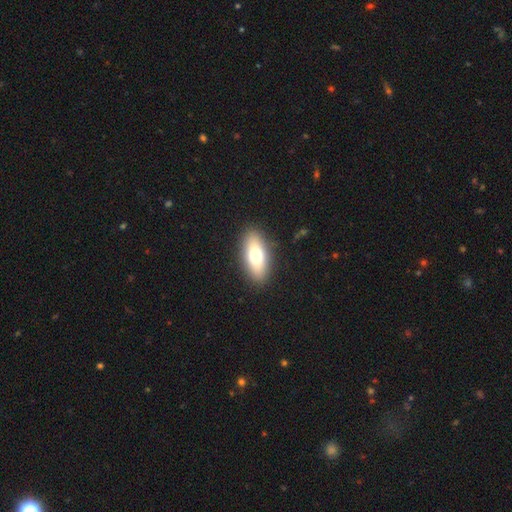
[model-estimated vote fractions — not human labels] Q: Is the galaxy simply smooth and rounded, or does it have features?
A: smooth — 70%.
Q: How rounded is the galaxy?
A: in between — 79%.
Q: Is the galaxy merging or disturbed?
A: none — 89%.